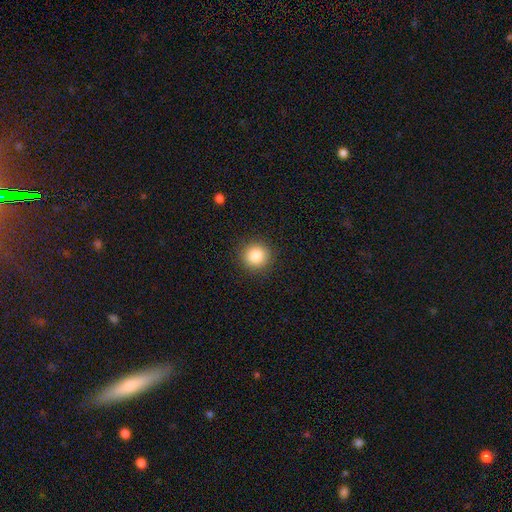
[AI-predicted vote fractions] Q: Smooth or featured?
A: smooth (86%); runner-up: star or artifact (9%)
Q: How rounded?
A: round (93%); runner-up: in between (6%)
Q: Merging?
A: none (91%); runner-up: minor disturbance (6%)